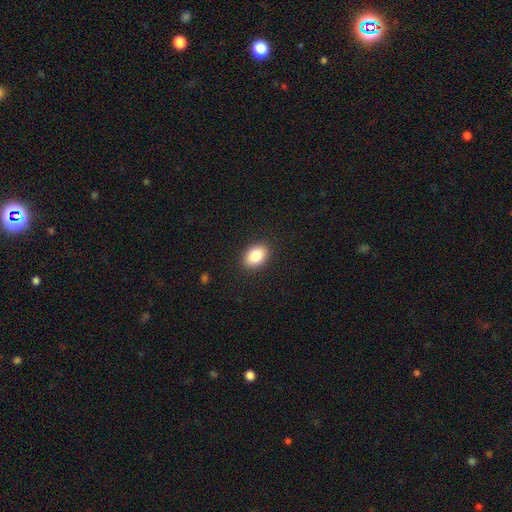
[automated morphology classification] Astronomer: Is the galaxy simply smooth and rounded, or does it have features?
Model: smooth — 85%.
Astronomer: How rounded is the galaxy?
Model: in between — 83%.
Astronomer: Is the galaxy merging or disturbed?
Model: none — 89%.